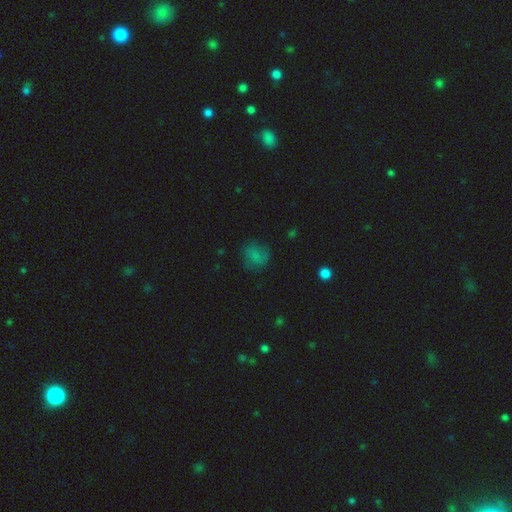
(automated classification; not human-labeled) A smooth galaxy with no disk features (68%) that is round (71%).

Vote fractions:
- Smooth or featured? smooth: 68% / star or artifact: 16% / featured or disk: 16%
- How rounded? round: 71% / in between: 27% / cigar-shaped: 1%
- Merging? none: 64% / minor disturbance: 23% / major disturbance: 11% / merger: 2%